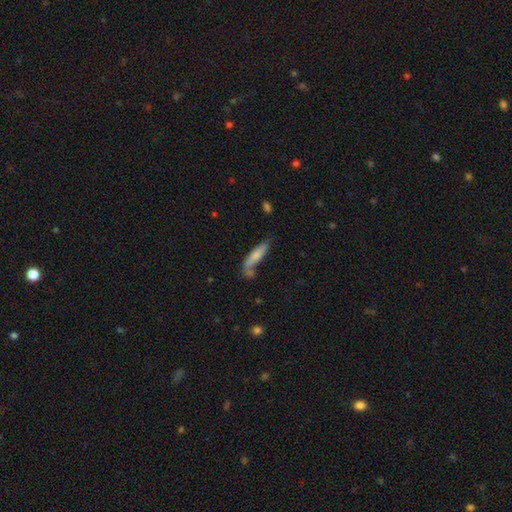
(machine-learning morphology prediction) Smooth or featured: smooth — 73% (featured or disk — 20%)
How rounded: cigar-shaped — 71% (in between — 27%)
Merging: none — 48% (minor disturbance — 22%)